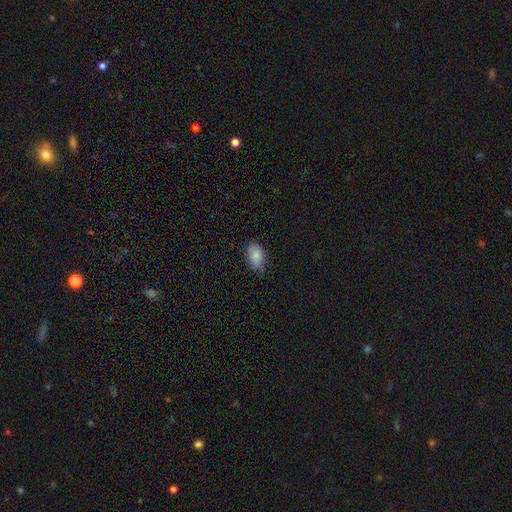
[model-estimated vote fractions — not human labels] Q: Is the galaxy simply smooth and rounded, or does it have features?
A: smooth — 85%.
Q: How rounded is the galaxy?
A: in between — 90%.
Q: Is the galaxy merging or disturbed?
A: none — 73%.